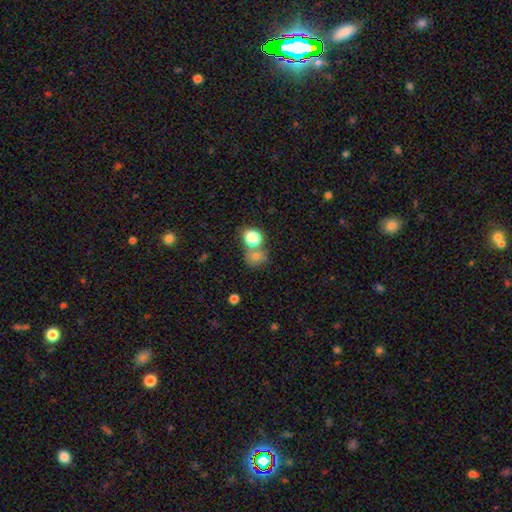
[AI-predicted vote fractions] smooth-or-featured: smooth: 74% | star or artifact: 16% | featured or disk: 10%
  how-rounded: round: 77% | in between: 22% | cigar-shaped: 1%
  merging: none: 48% | merger: 38% | minor disturbance: 10% | major disturbance: 5%